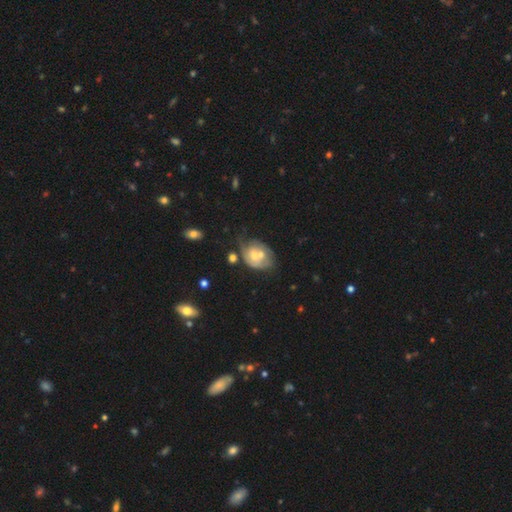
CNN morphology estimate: Smooth or featured: featured or disk — 53% (smooth — 39%)
Edge-on disk: no — 97% (yes — 3%)
Bar: no — 79% (weak — 18%)
Spiral arms: no — 52% (yes — 48%)
Bulge size: moderate — 48% (small — 41%)
Merging: merger — 33% (none — 27%)